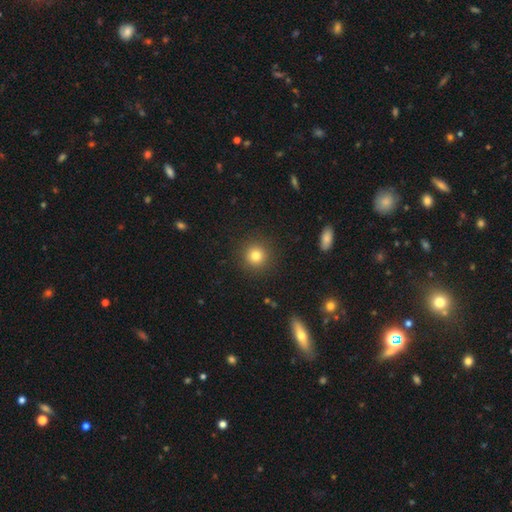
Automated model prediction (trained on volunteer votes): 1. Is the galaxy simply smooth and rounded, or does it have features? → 81% smooth, 12% star or artifact, 7% featured or disk.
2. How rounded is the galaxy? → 94% round, 5% in between, 1% cigar-shaped.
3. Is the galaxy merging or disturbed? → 91% none, 6% minor disturbance, 2% major disturbance, 1% merger.